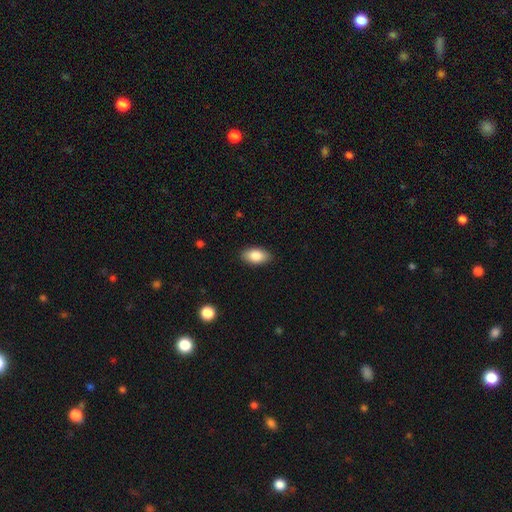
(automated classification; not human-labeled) Smooth or featured: smooth — 85% (featured or disk — 8%)
How rounded: in between — 93% (round — 4%)
Merging: none — 88% (minor disturbance — 9%)